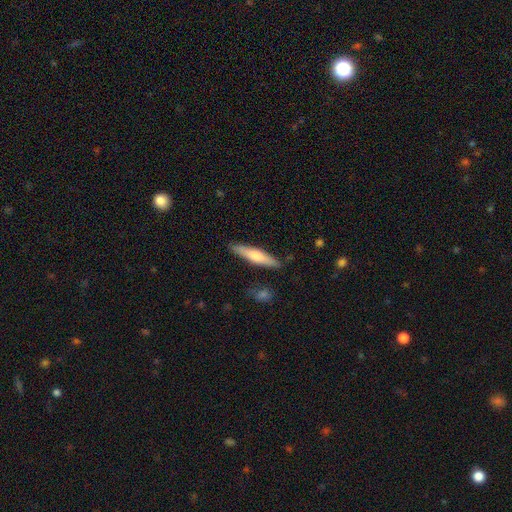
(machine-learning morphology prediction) This is possibly a smooth galaxy (55%). How rounded: clearly cigar-shaped (86%). Merging: clearly none (87%).